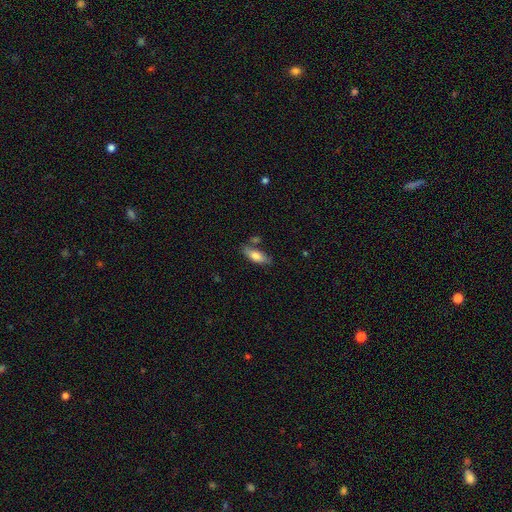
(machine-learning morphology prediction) A smooth galaxy with no disk features (75%) that is in between round and cigar-shaped (70%).

Vote fractions:
- Smooth or featured? smooth: 75% / featured or disk: 19% / star or artifact: 6%
- How rounded? in between: 70% / cigar-shaped: 28% / round: 2%
- Merging? none: 70% / minor disturbance: 17% / merger: 10% / major disturbance: 4%